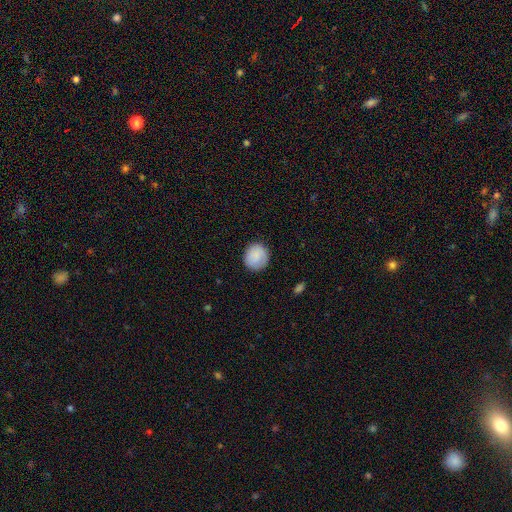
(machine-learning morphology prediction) type=smooth (84%); roundness=round (87%); merging=none (86%).